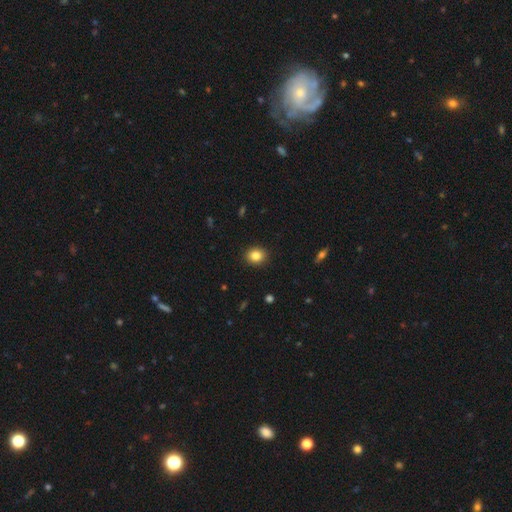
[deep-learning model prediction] Smooth or featured? smooth (85%)
How rounded? round (63%)
Merging? none (91%)